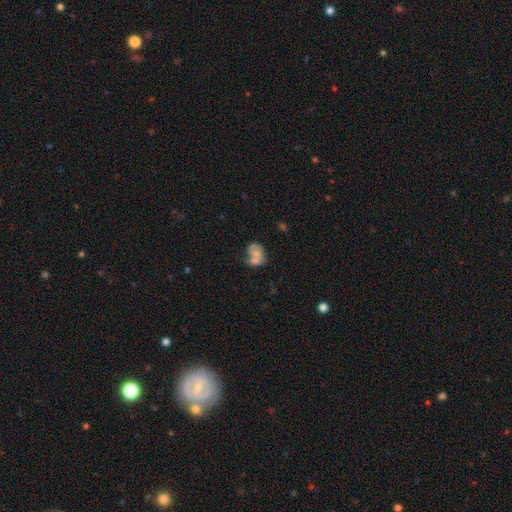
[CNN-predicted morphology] Smooth or featured? smooth (53%)
How rounded? in between (62%)
Merging? merger (53%)